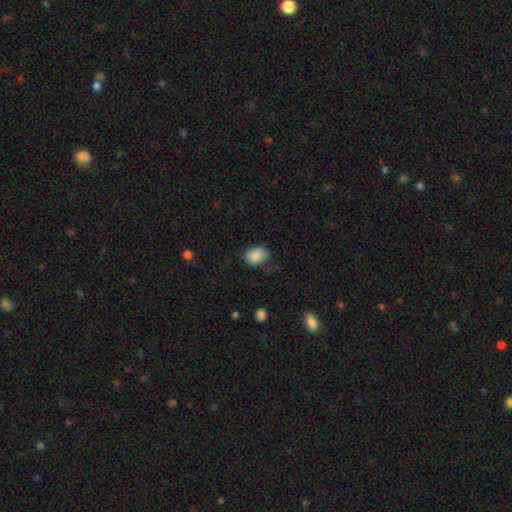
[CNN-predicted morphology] smooth-or-featured: smooth: 88% | star or artifact: 8% | featured or disk: 4%
  how-rounded: in between: 71% | round: 28% | cigar-shaped: 1%
  merging: none: 70% | minor disturbance: 24% | major disturbance: 5% | merger: 2%